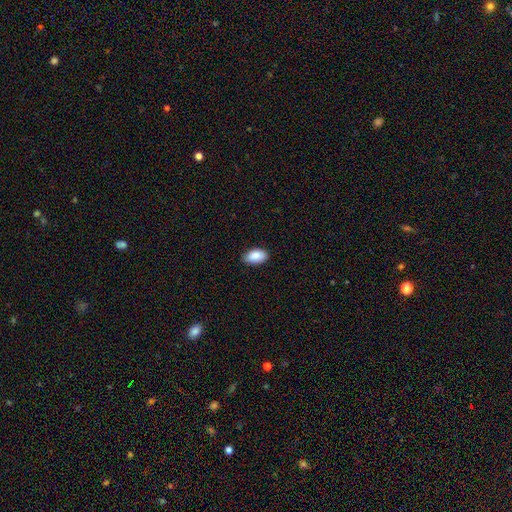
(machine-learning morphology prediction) The model was most divided on "merging": none: 85%, minor disturbance: 12%, major disturbance: 2%, merger: 1%. More confident: how rounded — in between (94%); smooth or featured — smooth (89%).